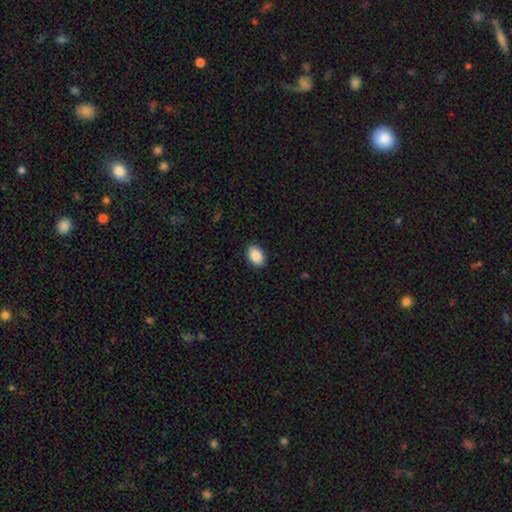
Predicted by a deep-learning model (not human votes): This appears to be a smooth galaxy with no disk features (91%) that is in between round and cigar-shaped (90%). Merging: none (89%).